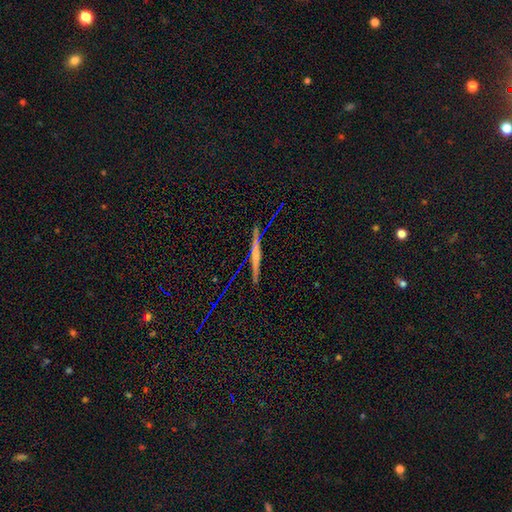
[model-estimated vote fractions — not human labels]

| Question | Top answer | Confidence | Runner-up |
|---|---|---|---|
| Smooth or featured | featured or disk | 55% | smooth (32%) |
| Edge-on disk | yes | 97% | no (3%) |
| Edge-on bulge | none | 53% | rounded (32%) |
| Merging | none | 86% | minor disturbance (9%) |